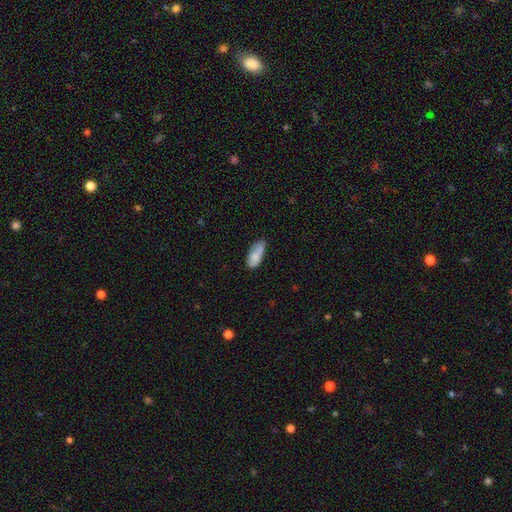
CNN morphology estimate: smooth 76%, featured or disk 17%, star or artifact 7%. Down the decision tree: how rounded — in between (83%); merging — none (53%).